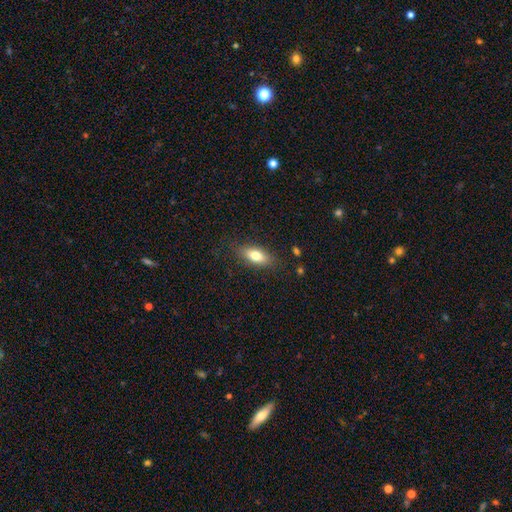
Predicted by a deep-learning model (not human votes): smooth_or_featured: smooth (p=0.76) [alt: featured or disk p=0.17]
how_rounded: in between (p=0.79) [alt: cigar-shaped p=0.16]
merging: none (p=0.83) [alt: minor disturbance p=0.12]